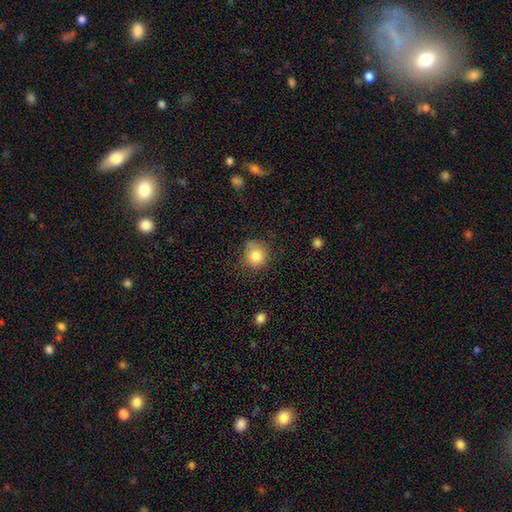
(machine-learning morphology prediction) Smooth or featured? smooth (84%)
How rounded? round (86%)
Merging? none (71%)